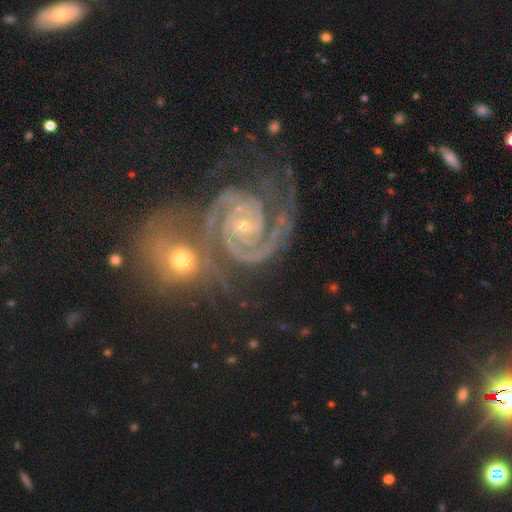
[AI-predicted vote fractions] Smooth or featured: featured or disk — 90% (star or artifact — 6%)
Edge-on disk: no — 98% (yes — 2%)
Bar: no — 67% (weak — 23%)
Spiral arms: yes — 98% (no — 2%)
Spiral winding: tight — 68% (medium — 28%)
Spiral arm count: 2 — 76% (3 — 9%)
Bulge size: small — 76% (moderate — 20%)
Merging: none — 43% (merger — 31%)